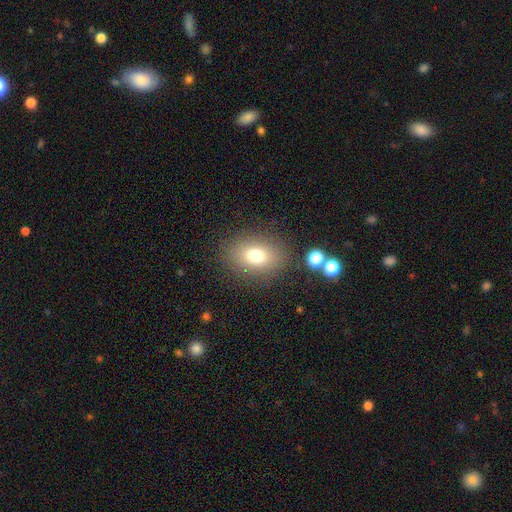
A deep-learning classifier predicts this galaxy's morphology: A smooth galaxy with no disk features (74%) that is in between round and cigar-shaped (71%). Merging: none (83%).